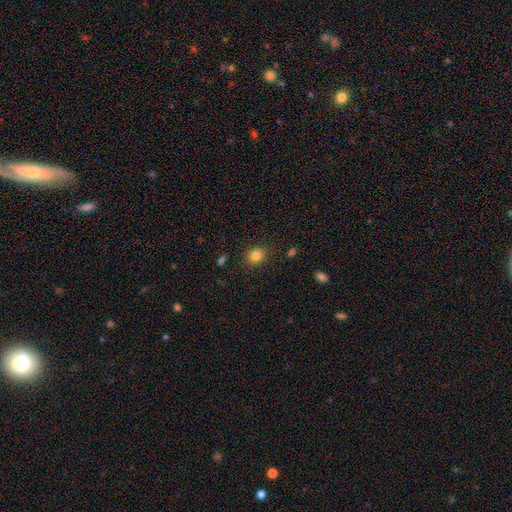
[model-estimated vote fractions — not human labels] This appears to be a smooth galaxy with no disk features (84%) that is round (71%). Merging: none (87%).